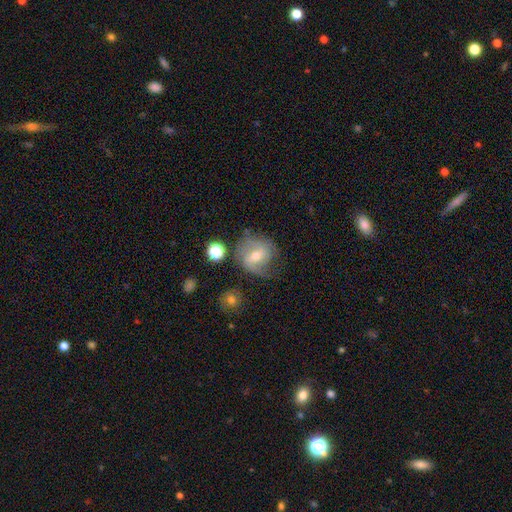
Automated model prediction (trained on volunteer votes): The model was most divided on "smooth or featured": featured or disk: 54%, smooth: 36%, star or artifact: 10%. Remaining: edge-on disk — no (95%); spiral arms — yes (75%); bulge size — moderate (59%); merging — none (54%); bar — weak (48%).